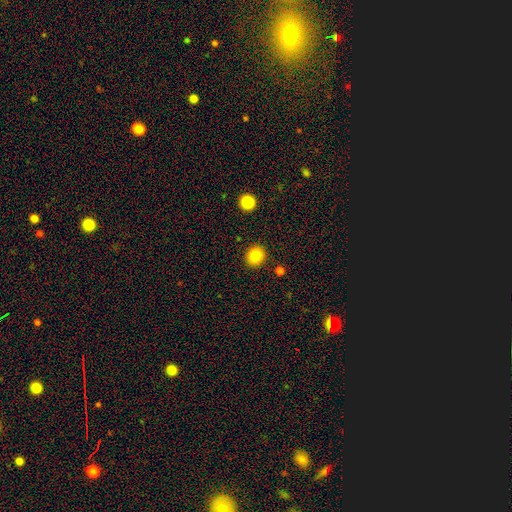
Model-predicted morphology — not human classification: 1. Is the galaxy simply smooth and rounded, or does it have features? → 83% smooth, 11% star or artifact, 6% featured or disk.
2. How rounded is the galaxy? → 81% round, 18% in between, 1% cigar-shaped.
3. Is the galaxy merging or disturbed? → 90% none, 6% minor disturbance, 2% major disturbance, 2% merger.